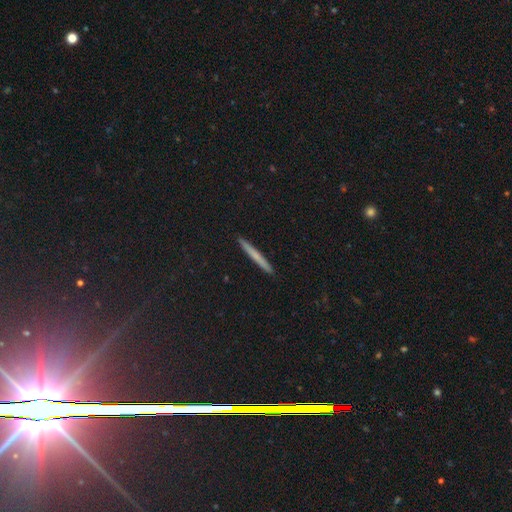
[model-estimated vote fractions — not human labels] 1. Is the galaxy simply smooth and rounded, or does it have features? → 59% smooth, 33% featured or disk, 8% star or artifact.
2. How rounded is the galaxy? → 96% cigar-shaped, 2% in between, 2% round.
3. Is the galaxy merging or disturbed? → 93% none, 5% minor disturbance, 1% major disturbance, 1% merger.